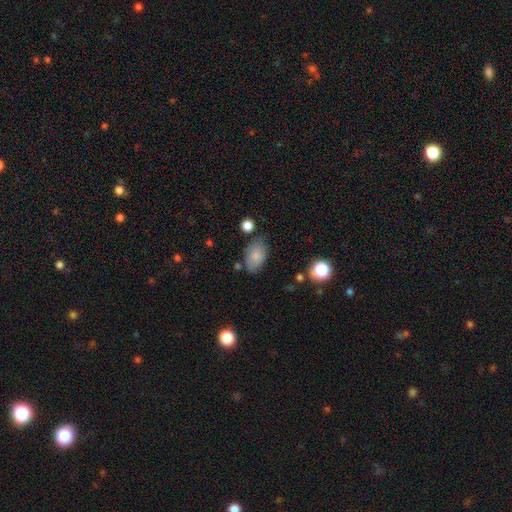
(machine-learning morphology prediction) A smooth galaxy with no disk features (82%) that is in between round and cigar-shaped (90%).

Vote fractions:
- Smooth or featured? smooth: 82% / featured or disk: 10% / star or artifact: 8%
- How rounded? in between: 90% / round: 8% / cigar-shaped: 2%
- Merging? none: 69% / minor disturbance: 21% / major disturbance: 5% / merger: 4%